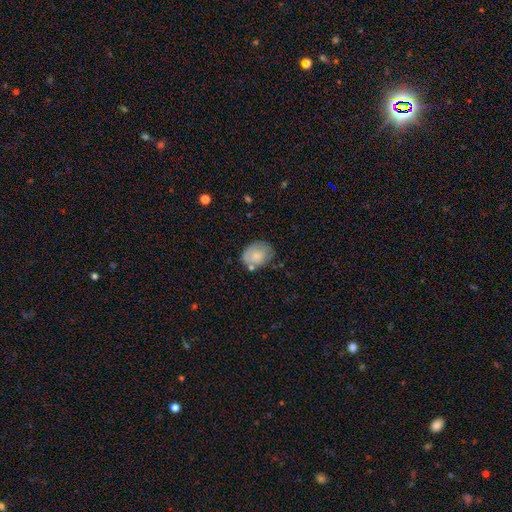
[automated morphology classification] The model was most divided on "how rounded": in between: 63%, round: 36%, cigar-shaped: 1%. More confident: smooth or featured — smooth (75%); merging — none (60%).